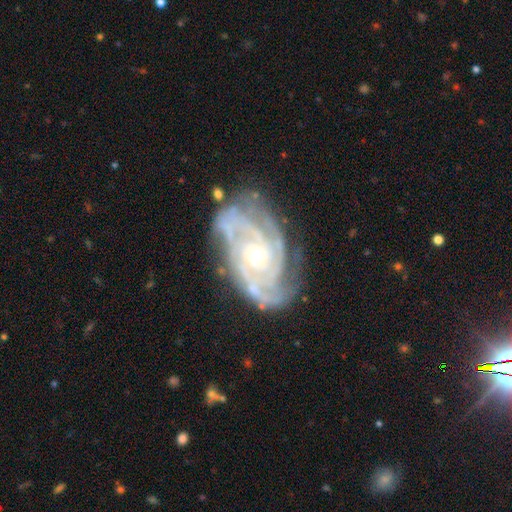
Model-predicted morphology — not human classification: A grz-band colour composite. It shows a featured or disk galaxy (91%) with no bar (69%), 3 (34%) tight (70%) spiral arms (98%) and a moderate central bulge (50%). Merging: none (73%).